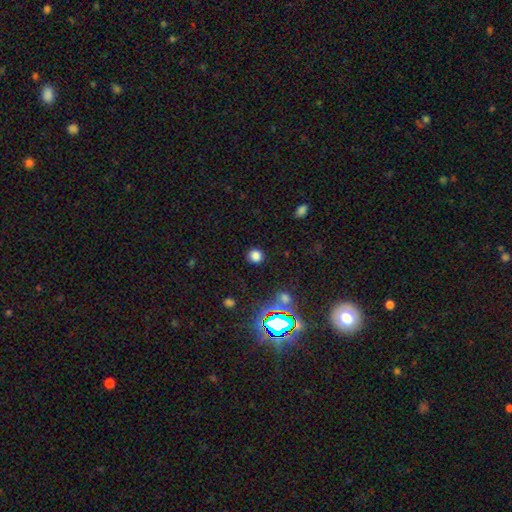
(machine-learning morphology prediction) smooth_or_featured: smooth (p=0.76) [alt: star or artifact p=0.19]
how_rounded: round (p=0.88) [alt: in between p=0.11]
merging: none (p=0.88) [alt: minor disturbance p=0.07]